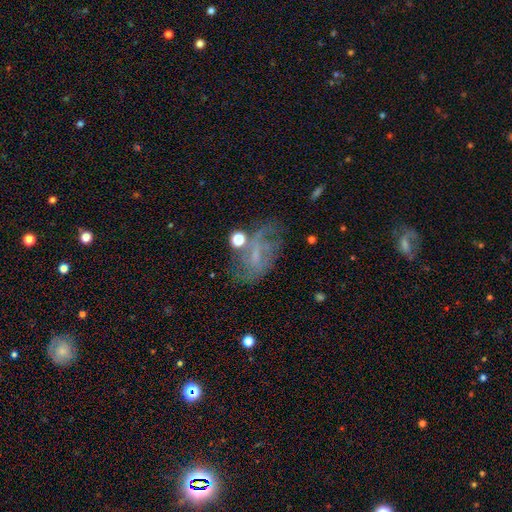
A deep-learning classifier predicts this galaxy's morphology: featured or disk 59%, smooth 24%, star or artifact 18%. Down the decision tree: edge-on disk — no (95%); bar — weak (45%); spiral arms — yes (70%); bulge size — small (49%); merging — none (52%).